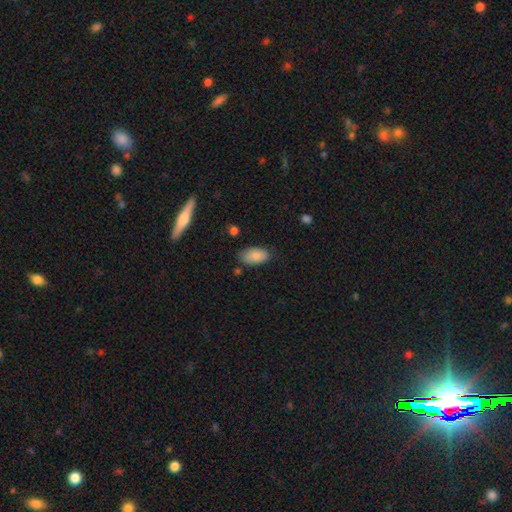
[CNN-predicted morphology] Smooth or featured? Predicted: smooth (p=0.85). How rounded? Predicted: in between (p=0.94). Merging? Predicted: none (p=0.75).